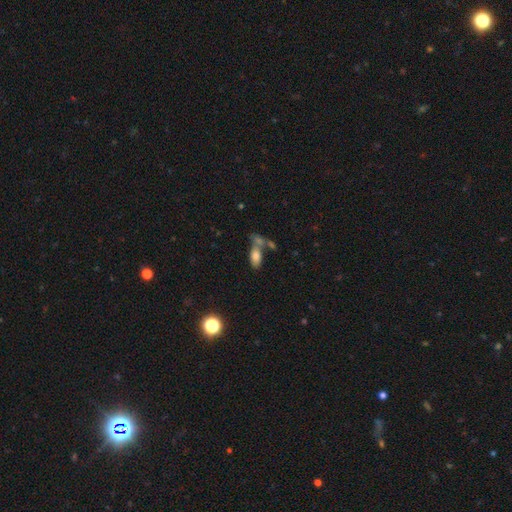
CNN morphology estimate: smooth_or_featured: smooth (p=0.75) [alt: featured or disk p=0.13]
how_rounded: in between (p=0.87) [alt: cigar-shaped p=0.09]
merging: merger (p=0.46) [alt: none p=0.36]